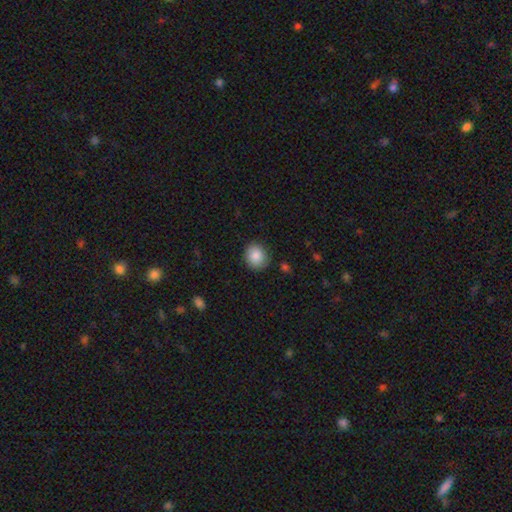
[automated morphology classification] This appears to be a smooth galaxy with no disk features (87%) that is round (74%). Merging: none (86%).